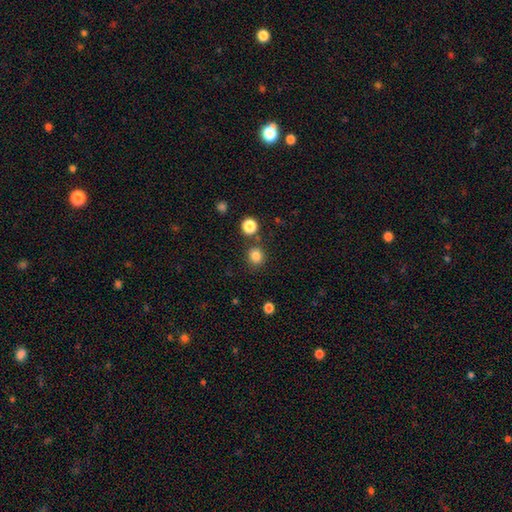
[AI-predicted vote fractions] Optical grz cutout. It shows a smooth galaxy with no disk features (83%) that is round (84%). Merging: none (81%).